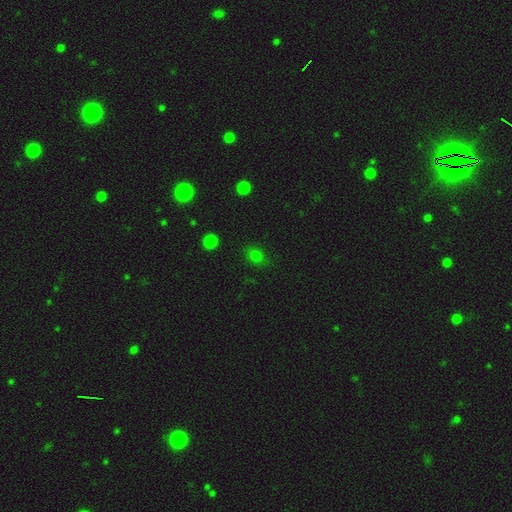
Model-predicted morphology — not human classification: Q: Smooth or featured?
A: smooth (74%); runner-up: star or artifact (20%)
Q: How rounded?
A: round (56%); runner-up: in between (43%)
Q: Merging?
A: none (81%); runner-up: minor disturbance (13%)